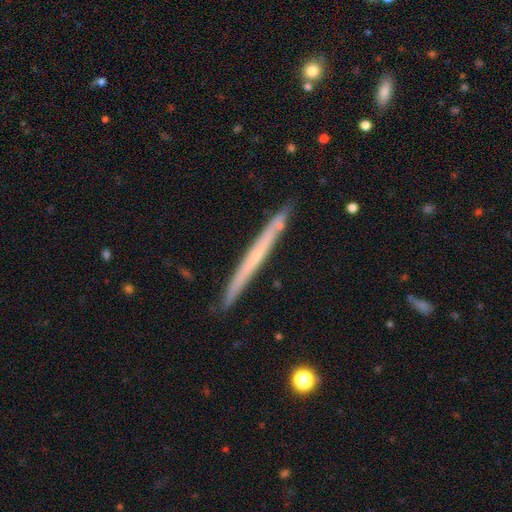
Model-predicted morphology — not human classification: The model was most divided on "smooth or featured": featured or disk: 57%, smooth: 37%, star or artifact: 6%. More confident: edge-on disk — yes (96%); merging — none (89%); edge-on bulge — none (81%).